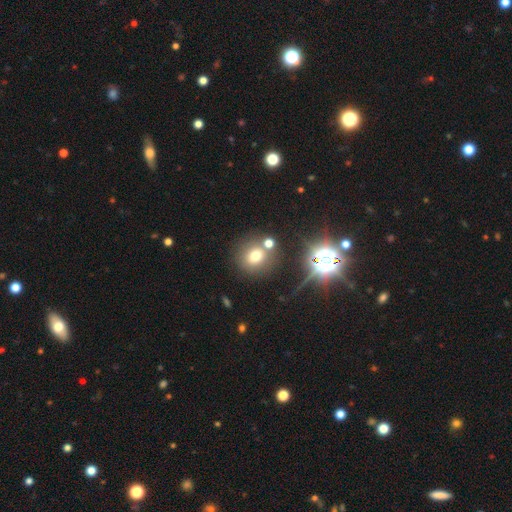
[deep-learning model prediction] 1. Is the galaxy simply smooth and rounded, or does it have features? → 67% smooth, 21% star or artifact, 12% featured or disk.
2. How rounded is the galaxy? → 80% round, 19% in between, 1% cigar-shaped.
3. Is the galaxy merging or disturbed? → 70% none, 16% merger, 10% minor disturbance, 4% major disturbance.